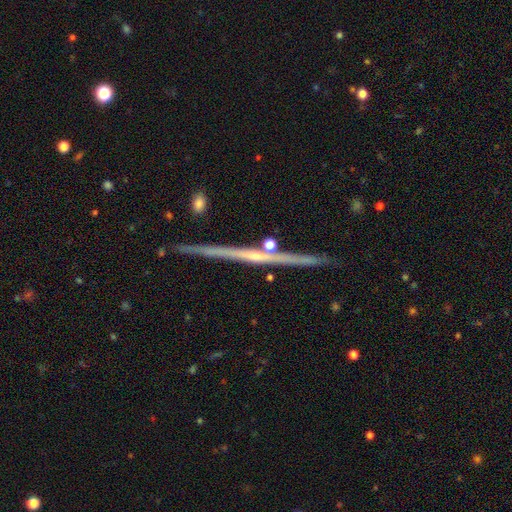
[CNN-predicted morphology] smooth_or_featured: featured or disk (p=0.78) [alt: smooth p=0.15]
disk_edge_on: yes (p=0.98) [alt: no p=0.02]
edge_on_bulge: none (p=0.60) [alt: rounded p=0.33]
merging: none (p=0.87) [alt: minor disturbance p=0.07]